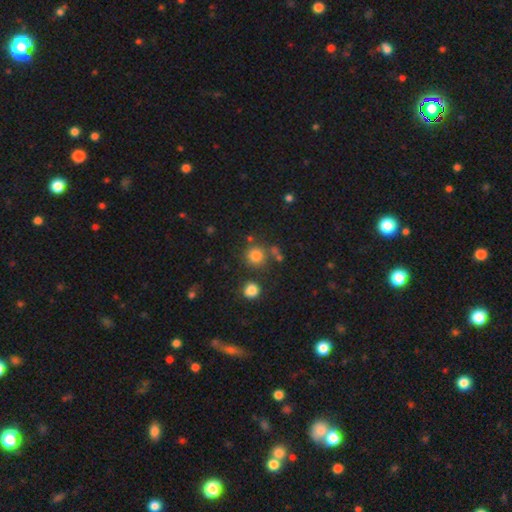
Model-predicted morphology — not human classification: smooth_or_featured: smooth (p=0.79) [alt: star or artifact p=0.15]
how_rounded: round (p=0.92) [alt: in between p=0.07]
merging: none (p=0.76) [alt: merger p=0.11]